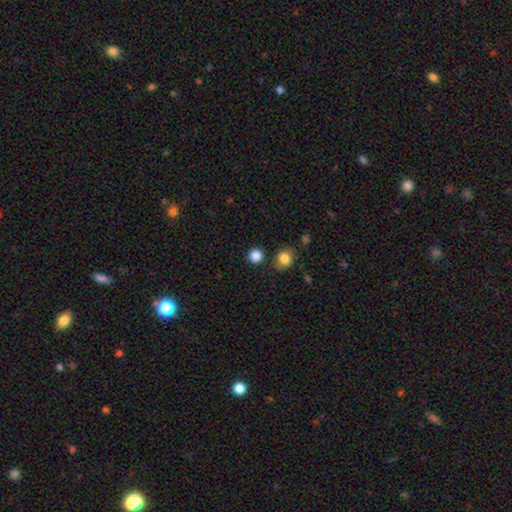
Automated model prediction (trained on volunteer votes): Overall: smooth (85%). How rounded: round (93%). Merging: none (87%).